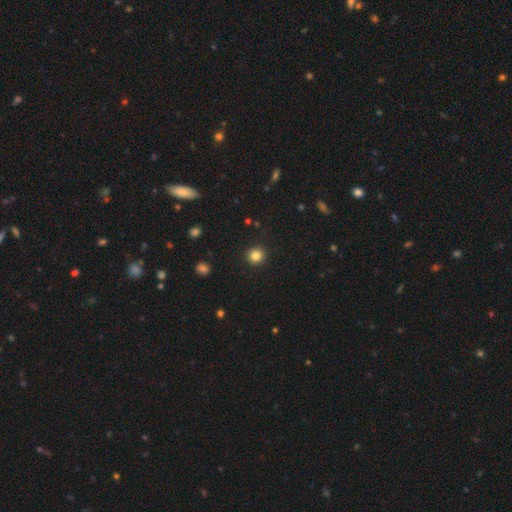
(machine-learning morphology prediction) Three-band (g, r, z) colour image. It shows a smooth galaxy with no disk features (83%) that is round (92%). Merging: none (92%).